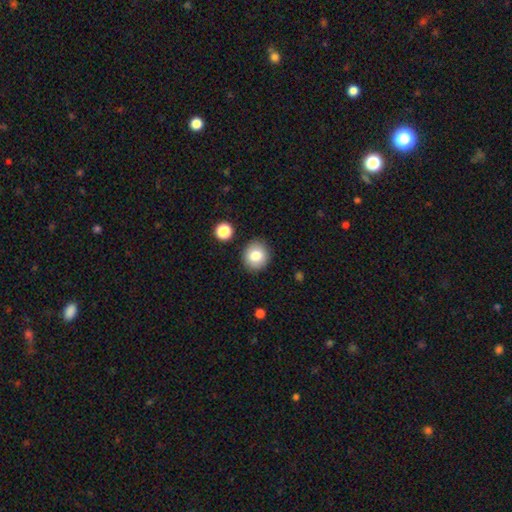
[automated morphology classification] smooth_or_featured: smooth (p=0.81) [alt: star or artifact p=0.10]
how_rounded: round (p=0.83) [alt: in between p=0.16]
merging: none (p=0.88) [alt: minor disturbance p=0.08]